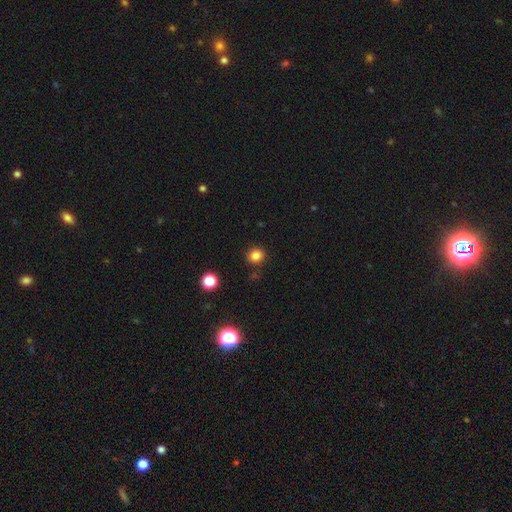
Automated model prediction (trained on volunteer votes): smooth-or-featured: smooth: 83% | star or artifact: 13% | featured or disk: 4%
  how-rounded: round: 86% | in between: 13% | cigar-shaped: 1%
  merging: none: 88% | minor disturbance: 7% | major disturbance: 2% | merger: 2%